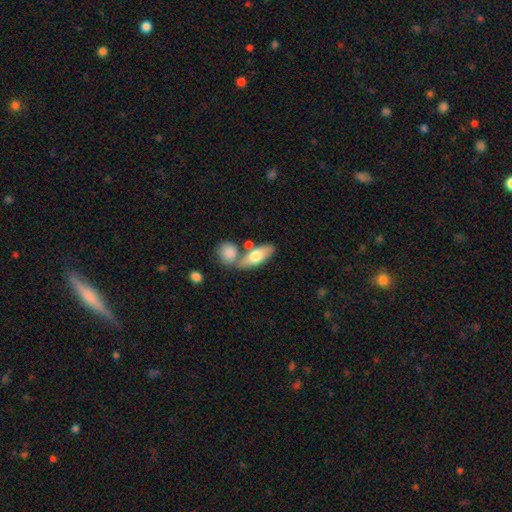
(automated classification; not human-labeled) Smooth or featured: smooth — 67% (featured or disk — 28%)
How rounded: in between — 74% (cigar-shaped — 21%)
Merging: none — 53% (merger — 30%)